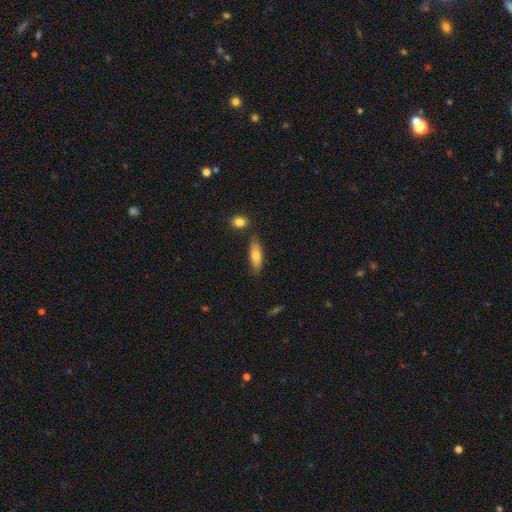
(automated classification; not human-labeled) Morphology: type=smooth (71%); roundness=in between (57%); merging=none (79%).